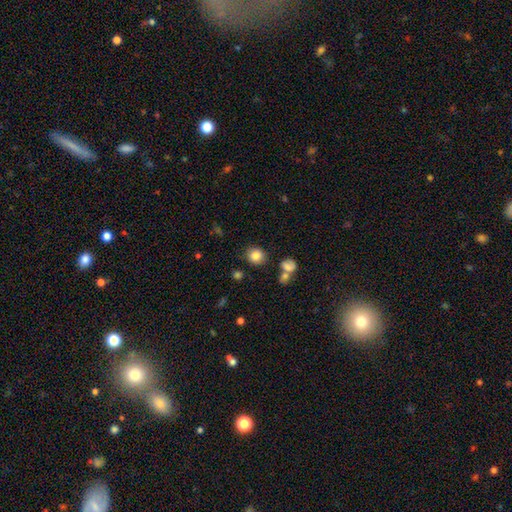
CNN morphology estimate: Smooth or featured? smooth (83%)
How rounded? round (84%)
Merging? none (82%)